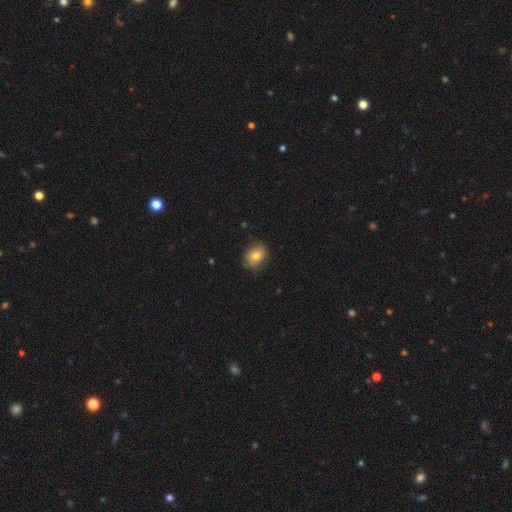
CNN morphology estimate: Overall: smooth (74%). How rounded: in between (56%; round 43%). Merging: none (73%).